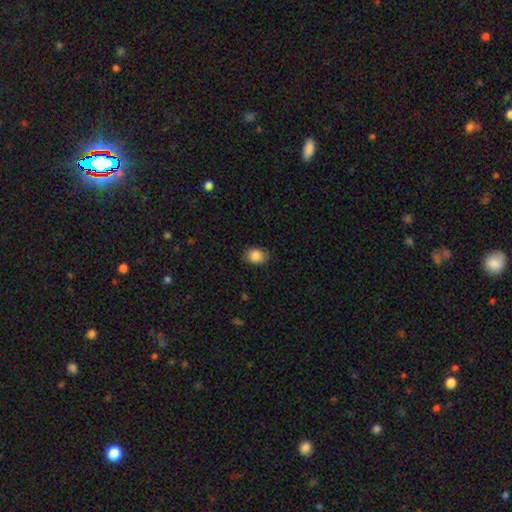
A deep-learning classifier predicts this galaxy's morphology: This is clearly a smooth galaxy (87%). How rounded: possibly in between (54%). Merging: clearly none (85%).